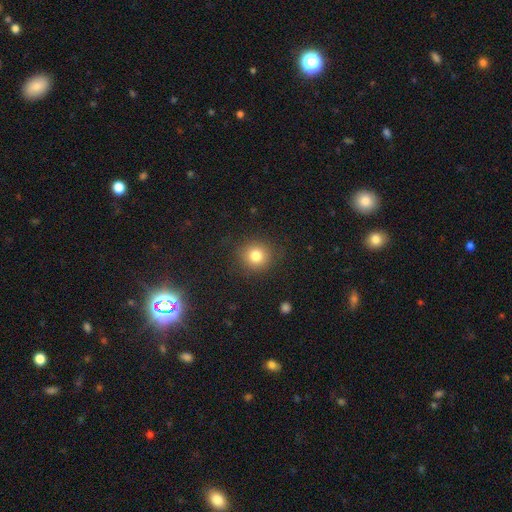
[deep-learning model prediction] This appears to be a smooth galaxy with no disk features (81%) that is round (89%). Merging: none (88%).